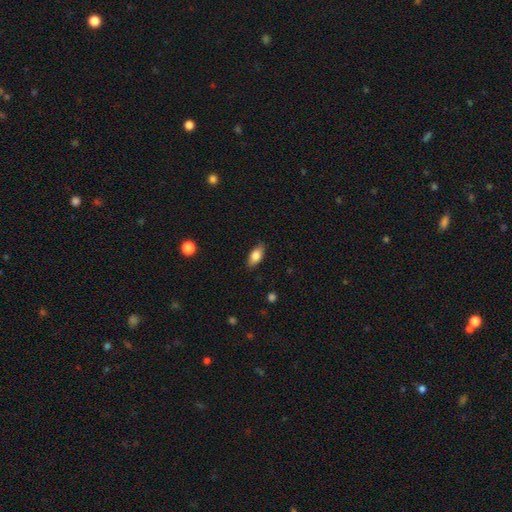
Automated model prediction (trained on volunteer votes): Smooth or featured? smooth (79%)
How rounded? in between (86%)
Merging? none (84%)